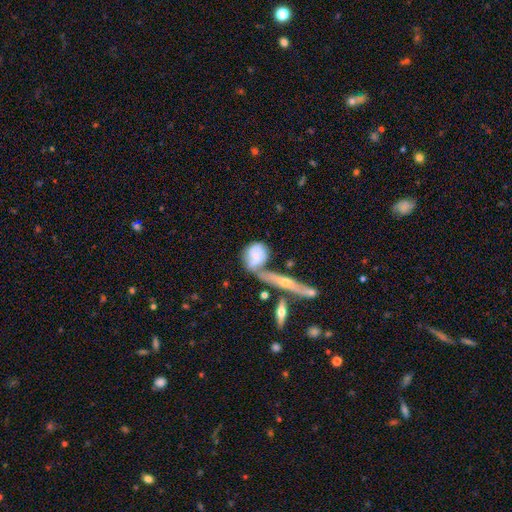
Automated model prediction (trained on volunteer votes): A smooth galaxy with no disk features (47%). Merging: merger (37%).